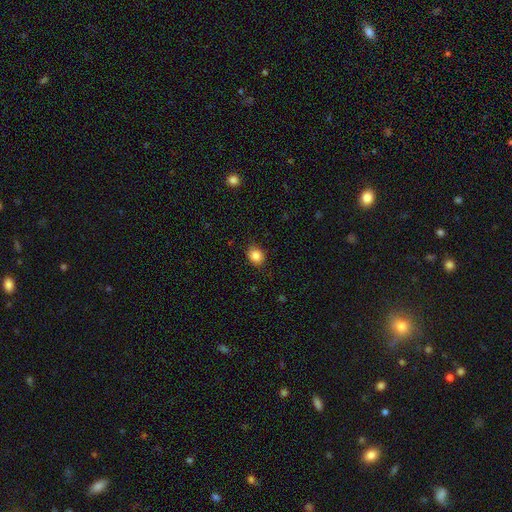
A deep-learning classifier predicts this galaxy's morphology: This appears to be a smooth galaxy with no disk features (85%) that is round (64%). Merging: none (86%).